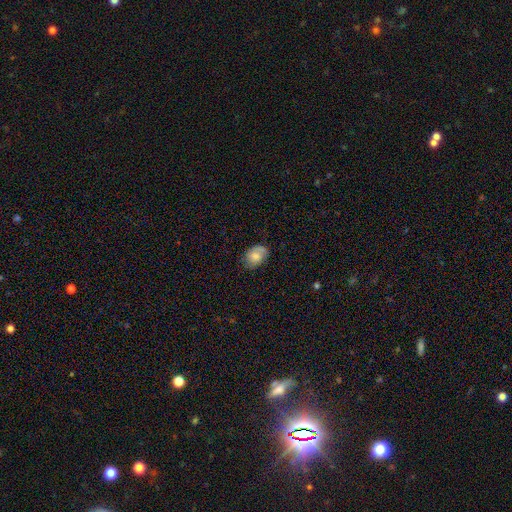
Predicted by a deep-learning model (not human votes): Smooth or featured? smooth (60%)
How rounded? in between (70%)
Merging? none (66%)